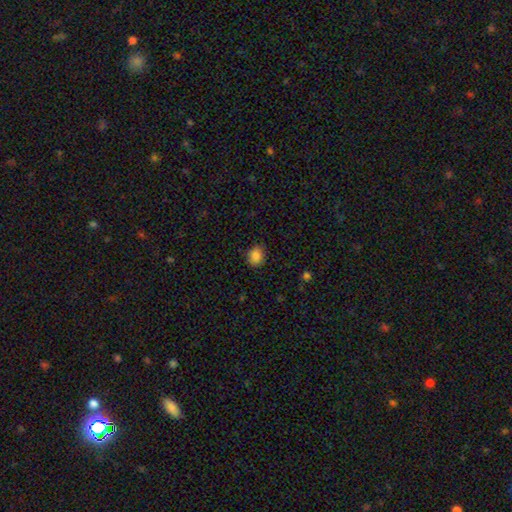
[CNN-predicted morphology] type=smooth (86%); roundness=round (58%); merging=none (78%).